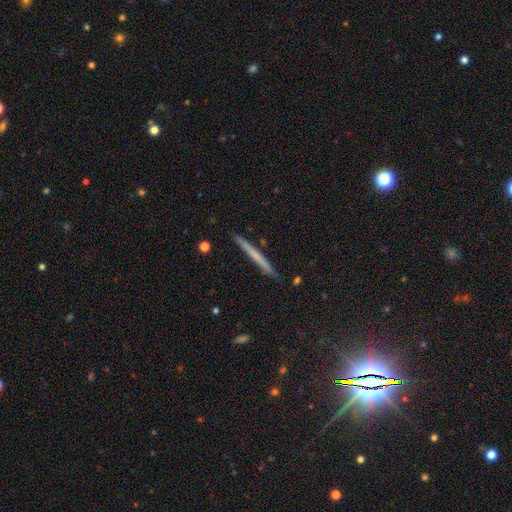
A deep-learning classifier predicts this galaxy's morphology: Smooth or featured? Predicted: smooth (p=0.50). How rounded? Predicted: cigar-shaped (p=0.97). Merging? Predicted: none (p=0.90).